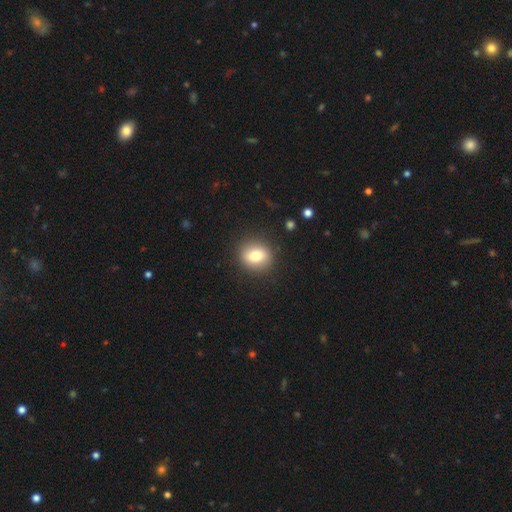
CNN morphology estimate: Q: Smooth or featured?
A: smooth (79%); runner-up: featured or disk (11%)
Q: How rounded?
A: round (68%); runner-up: in between (30%)
Q: Merging?
A: none (88%); runner-up: minor disturbance (8%)